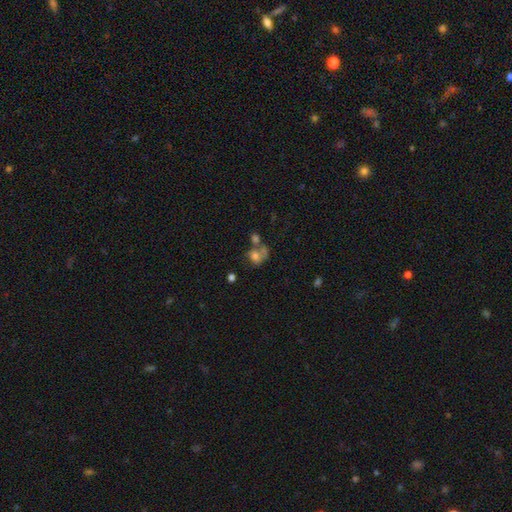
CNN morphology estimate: This is likely a smooth galaxy (66%). How rounded: possibly round (52%). Merging: possibly merger (45%).